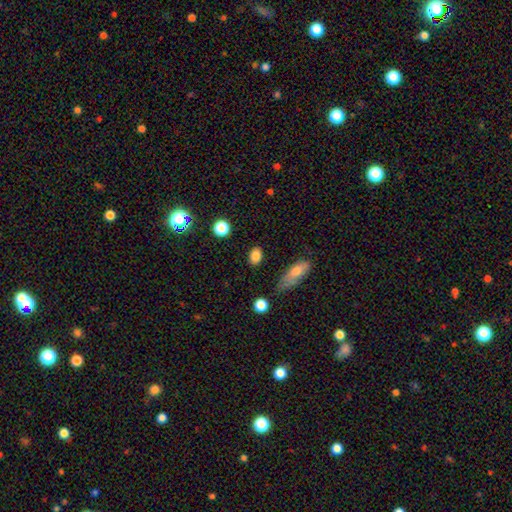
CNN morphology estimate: Smooth or featured: smooth — 85% (star or artifact — 9%)
How rounded: in between — 73% (round — 24%)
Merging: none — 84% (minor disturbance — 11%)